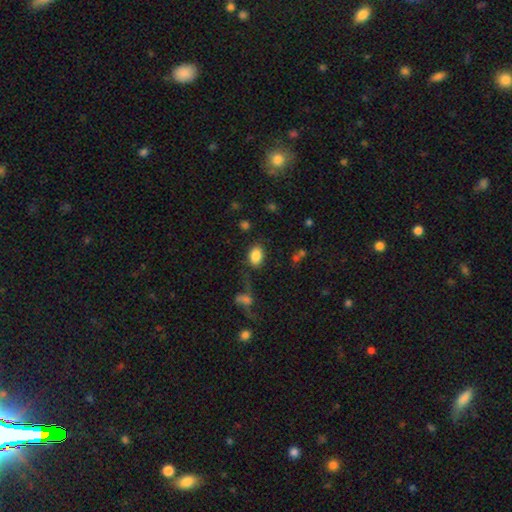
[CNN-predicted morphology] Smooth or featured? smooth (85%)
How rounded? in between (82%)
Merging? none (75%)